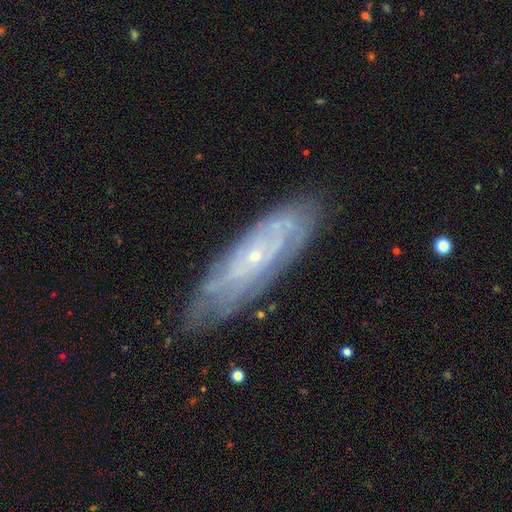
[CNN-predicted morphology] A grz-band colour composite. It shows a featured or disk galaxy (79%) with no bar (76%), tight (72%) spiral arms (87%) and a small central bulge (85%). Merging: none (76%).